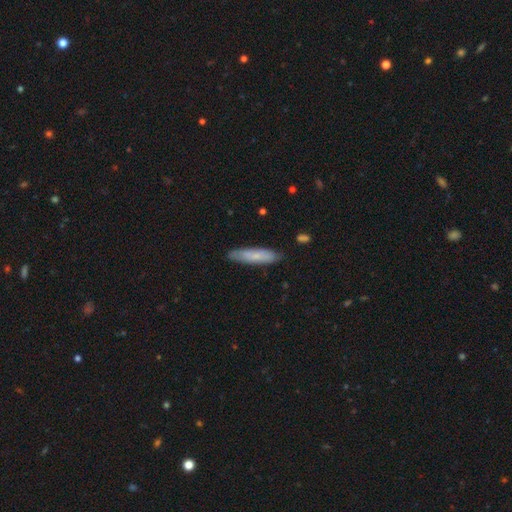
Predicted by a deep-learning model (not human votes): smooth-or-featured: smooth: 66% | featured or disk: 28% | star or artifact: 6%
  how-rounded: cigar-shaped: 76% | in between: 23% | round: 2%
  merging: none: 83% | minor disturbance: 13% | major disturbance: 2% | merger: 2%